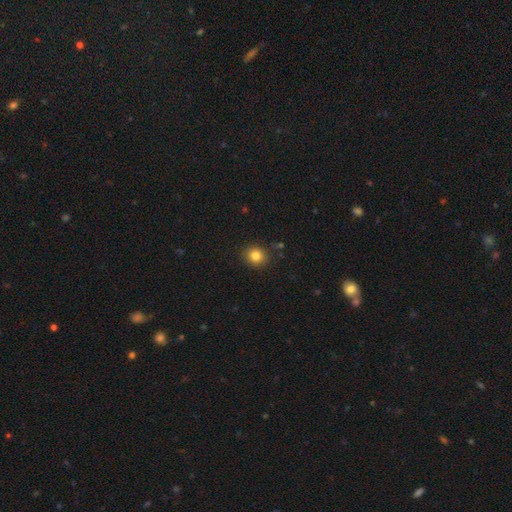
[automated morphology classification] Smooth or featured?
  - smooth: 83% *
  - star or artifact: 11%
  - featured or disk: 6%
How rounded?
  - round: 81% *
  - in between: 18%
  - cigar-shaped: 1%
Merging?
  - none: 87% *
  - minor disturbance: 9%
  - major disturbance: 2%
  - merger: 2%